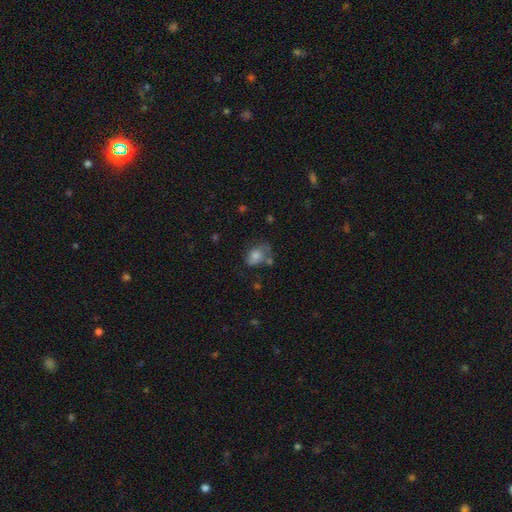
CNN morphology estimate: This appears to be a smooth galaxy with no disk features (71%) that is in between round and cigar-shaped (75%). Merging: none (43%).